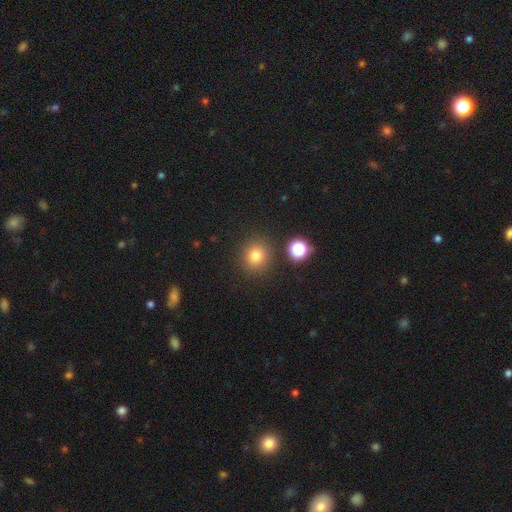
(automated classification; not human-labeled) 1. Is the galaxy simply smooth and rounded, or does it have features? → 77% smooth, 16% star or artifact, 7% featured or disk.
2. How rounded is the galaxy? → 85% round, 14% in between, 1% cigar-shaped.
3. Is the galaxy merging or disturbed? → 86% none, 8% minor disturbance, 4% merger, 3% major disturbance.